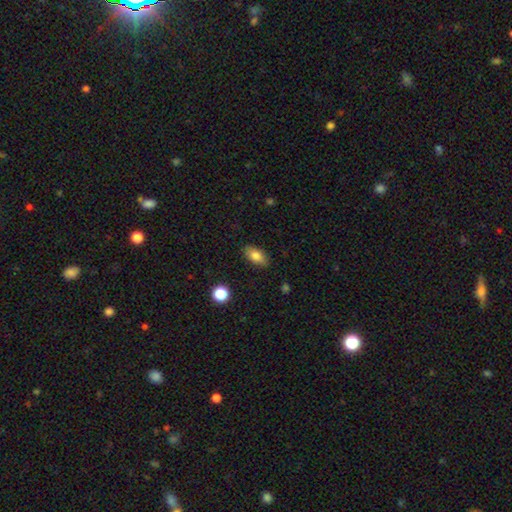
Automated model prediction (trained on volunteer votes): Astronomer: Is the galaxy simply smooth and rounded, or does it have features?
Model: smooth — 80%.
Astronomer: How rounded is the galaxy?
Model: in between — 89%.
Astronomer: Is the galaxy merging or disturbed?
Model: none — 87%.